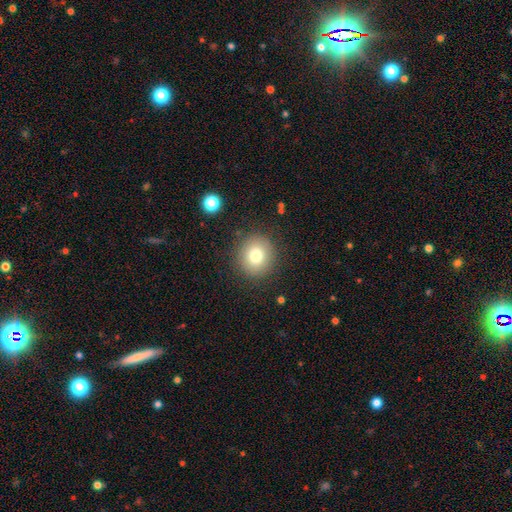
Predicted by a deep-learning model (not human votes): Morphology: type=smooth (77%); roundness=round (89%); merging=none (88%).